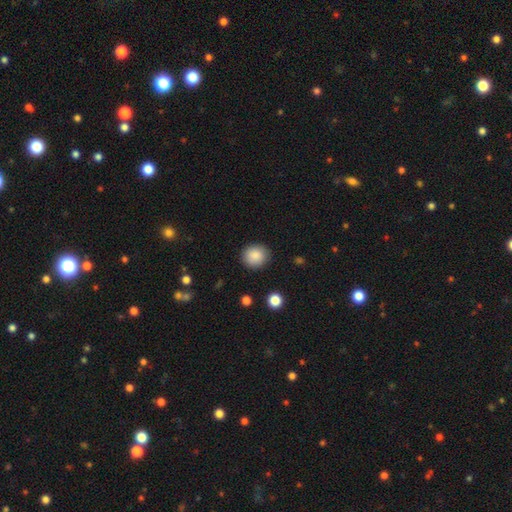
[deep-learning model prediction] smooth-or-featured: smooth: 87% | star or artifact: 8% | featured or disk: 5%
  how-rounded: round: 83% | in between: 16% | cigar-shaped: 1%
  merging: none: 88% | minor disturbance: 8% | major disturbance: 2% | merger: 1%